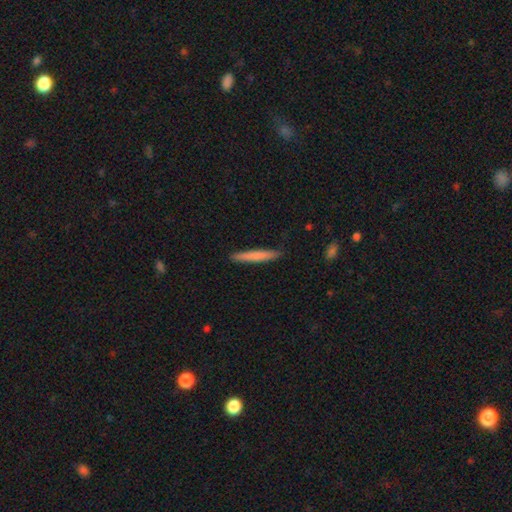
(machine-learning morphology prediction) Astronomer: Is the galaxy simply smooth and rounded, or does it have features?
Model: smooth — 72%.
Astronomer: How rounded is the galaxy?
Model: cigar-shaped — 95%.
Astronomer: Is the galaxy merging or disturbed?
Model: none — 90%.